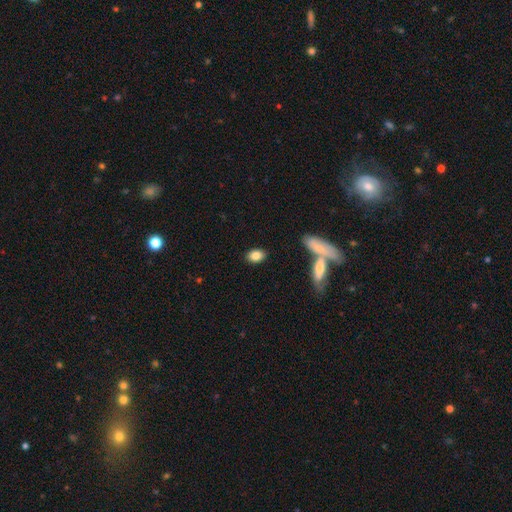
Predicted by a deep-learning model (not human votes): Morphology: type=smooth (84%); roundness=in between (83%); merging=none (84%).